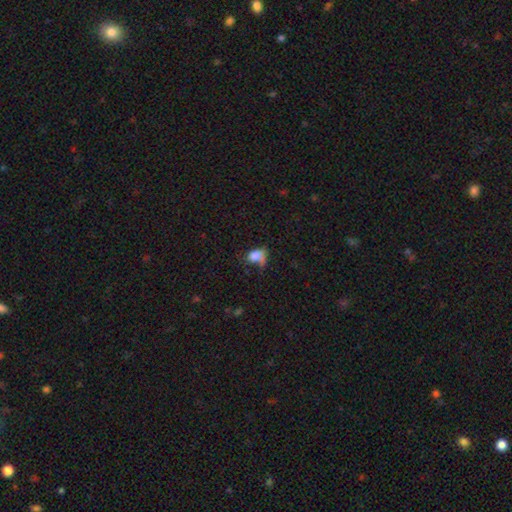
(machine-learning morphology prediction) Smooth or featured: smooth — 75% (featured or disk — 14%)
How rounded: in between — 75% (round — 22%)
Merging: none — 32% (major disturbance — 31%)